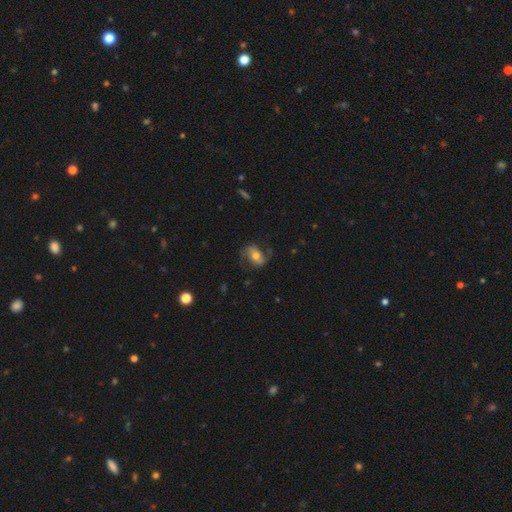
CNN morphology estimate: smooth_or_featured: featured or disk (p=0.61) [alt: smooth p=0.31]
disk_edge_on: no (p=0.95) [alt: yes p=0.05]
bar: no (p=0.41) [alt: weak p=0.34]
has_spiral_arms: yes (p=0.85) [alt: no p=0.15]
bulge_size: moderate (p=0.66) [alt: small p=0.19]
merging: none (p=0.65) [alt: minor disturbance p=0.20]